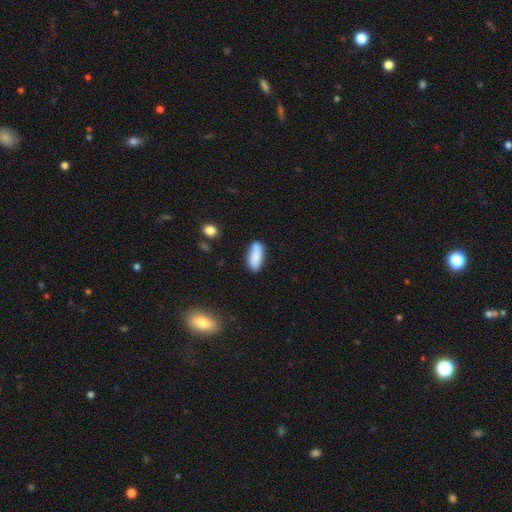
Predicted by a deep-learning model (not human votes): This appears to be a smooth galaxy with no disk features (85%) that is in between round and cigar-shaped (79%). Merging: none (77%).